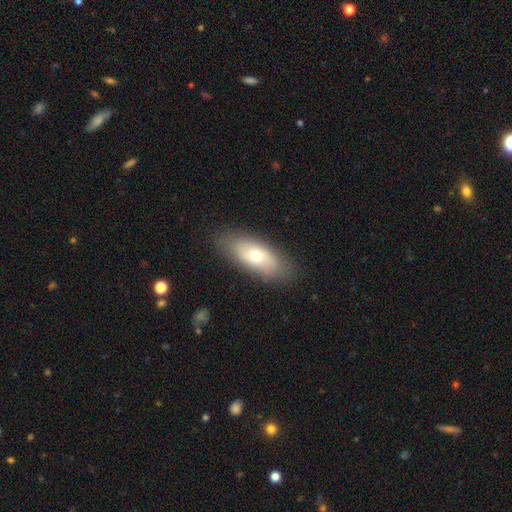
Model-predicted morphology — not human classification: type=smooth (62%); roundness=in between (78%); merging=none (84%).